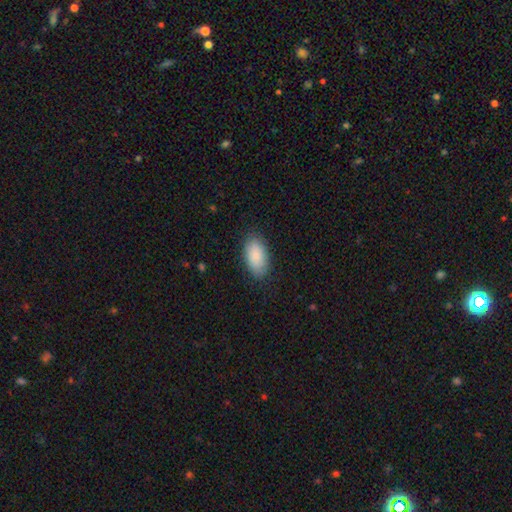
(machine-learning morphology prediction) Q: Smooth or featured?
A: smooth (86%); runner-up: featured or disk (8%)
Q: How rounded?
A: in between (94%); runner-up: round (3%)
Q: Merging?
A: none (86%); runner-up: minor disturbance (10%)